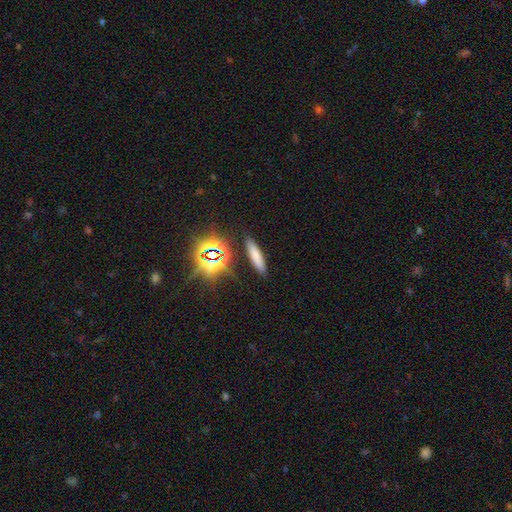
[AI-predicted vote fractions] Q: Smooth or featured?
A: smooth (70%); runner-up: star or artifact (19%)
Q: How rounded?
A: cigar-shaped (76%); runner-up: in between (21%)
Q: Merging?
A: none (88%); runner-up: minor disturbance (7%)